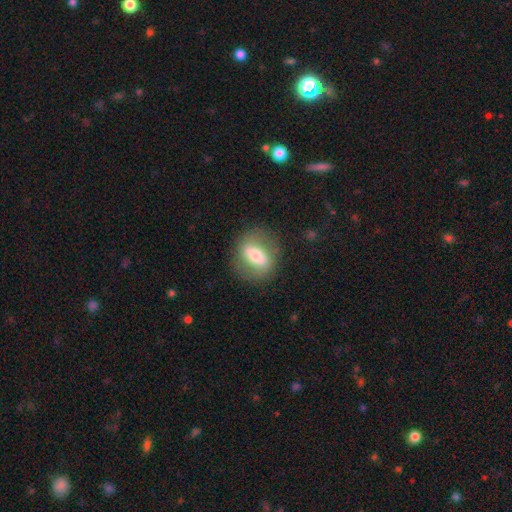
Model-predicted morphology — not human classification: Overall: smooth (50%; featured or disk 42%). How rounded: in between (58%; round 36%). Merging: none (78%).